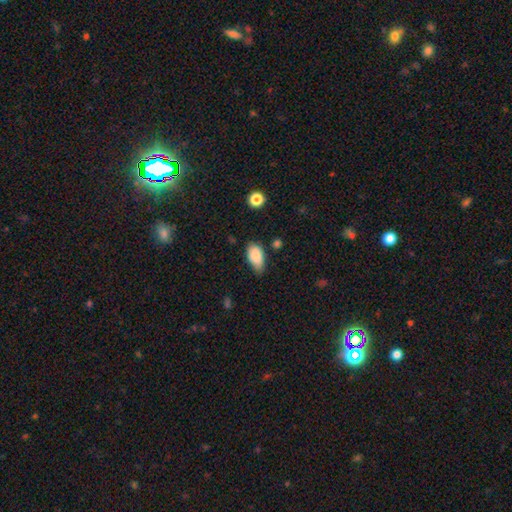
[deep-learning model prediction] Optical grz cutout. It shows a smooth galaxy with no disk features (87%) that is in between round and cigar-shaped (93%). Merging: none (59%).